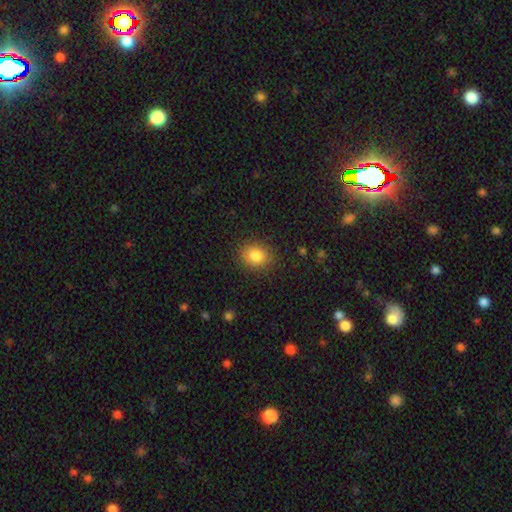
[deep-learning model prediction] Smooth or featured?
  - smooth: 84% *
  - star or artifact: 9%
  - featured or disk: 6%
How rounded?
  - round: 61% *
  - in between: 38%
  - cigar-shaped: 1%
Merging?
  - none: 86% *
  - minor disturbance: 10%
  - major disturbance: 3%
  - merger: 1%